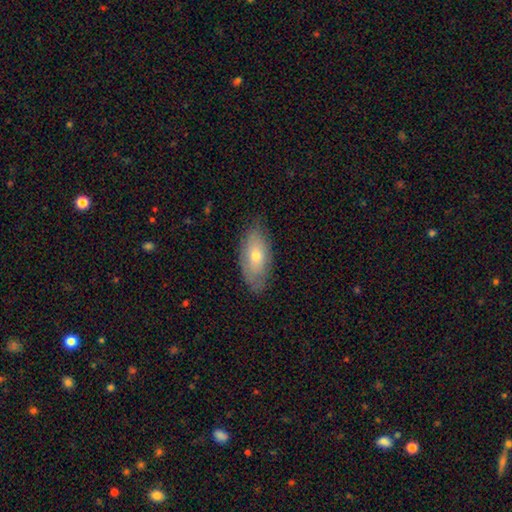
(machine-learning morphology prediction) smooth_or_featured: smooth (p=0.62) [alt: featured or disk p=0.31]
how_rounded: in between (p=0.88) [alt: cigar-shaped p=0.09]
merging: none (p=0.77) [alt: minor disturbance p=0.18]